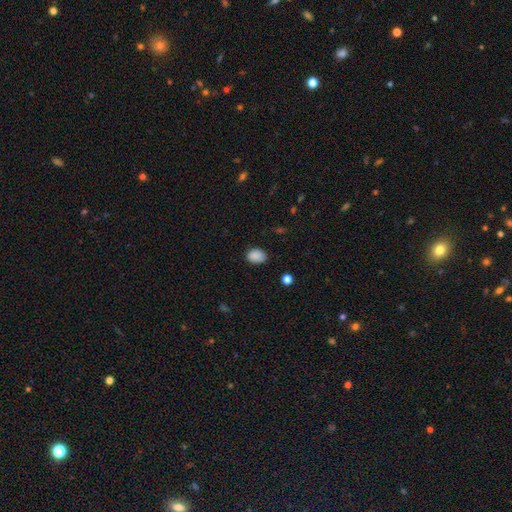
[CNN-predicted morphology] smooth_or_featured: smooth (p=0.88) [alt: star or artifact p=0.09]
how_rounded: in between (p=0.72) [alt: round p=0.27]
merging: none (p=0.80) [alt: minor disturbance p=0.15]